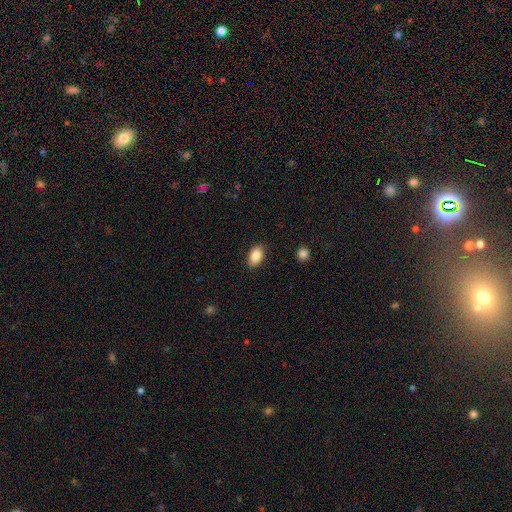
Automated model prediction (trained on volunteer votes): This is clearly a smooth galaxy (86%). How rounded: clearly in between (90%). Merging: clearly none (88%).